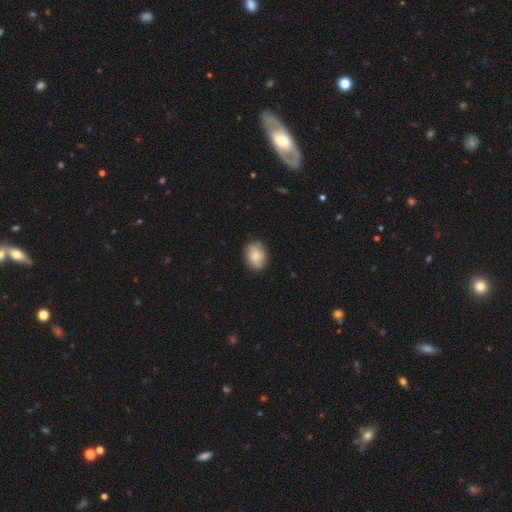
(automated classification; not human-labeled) smooth 76%, featured or disk 17%, star or artifact 7%. Down the decision tree: how rounded — in between (65%); merging — none (81%).